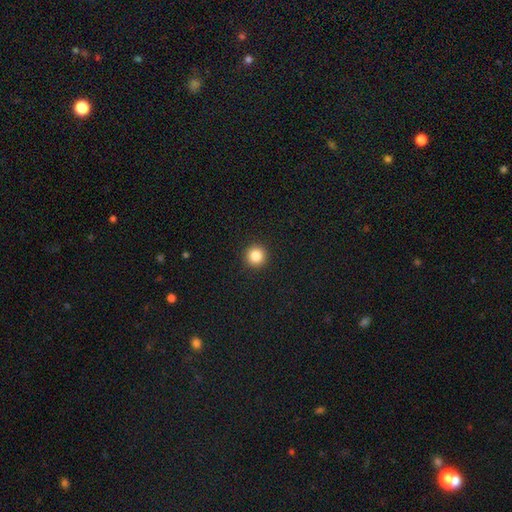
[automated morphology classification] smooth-or-featured: smooth: 85% | star or artifact: 11% | featured or disk: 4%
  how-rounded: round: 95% | in between: 4% | cigar-shaped: 1%
  merging: none: 93% | minor disturbance: 4% | major disturbance: 2% | merger: 1%